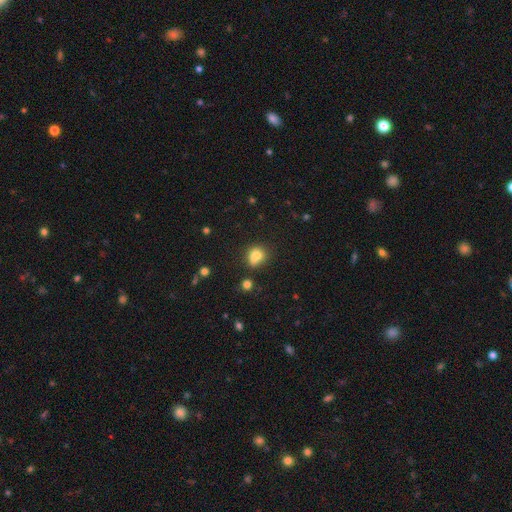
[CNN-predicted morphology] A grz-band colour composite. It shows a smooth galaxy with no disk features (78%) that is round (59%). Merging: none (47%).